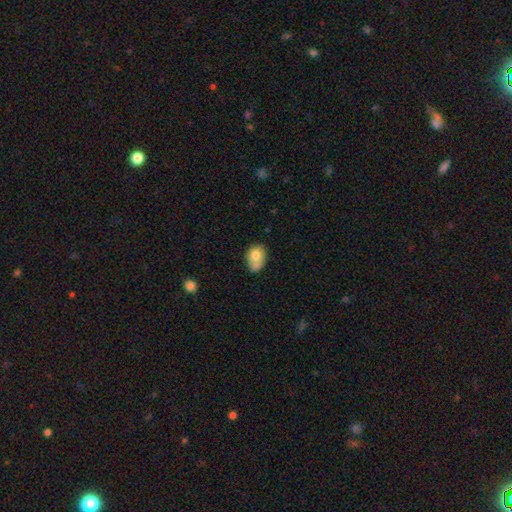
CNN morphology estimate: Smooth or featured? Predicted: smooth (p=0.75). How rounded? Predicted: in between (p=0.64). Merging? Predicted: none (p=0.39).